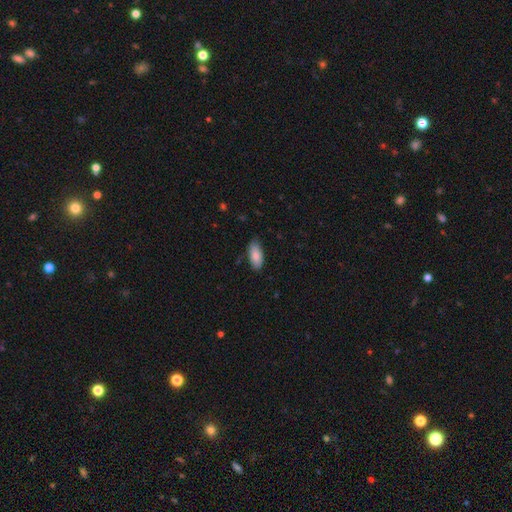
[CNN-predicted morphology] Smooth or featured? Predicted: smooth (p=0.85). How rounded? Predicted: in between (p=0.87). Merging? Predicted: none (p=0.82).